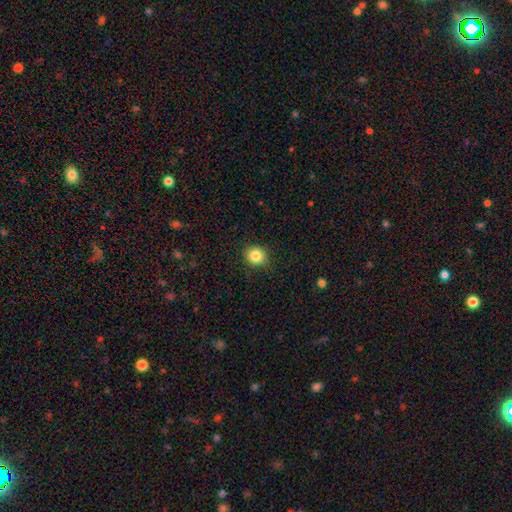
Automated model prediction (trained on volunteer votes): A smooth galaxy with no disk features (84%) that is round (86%). Merging: none (89%).